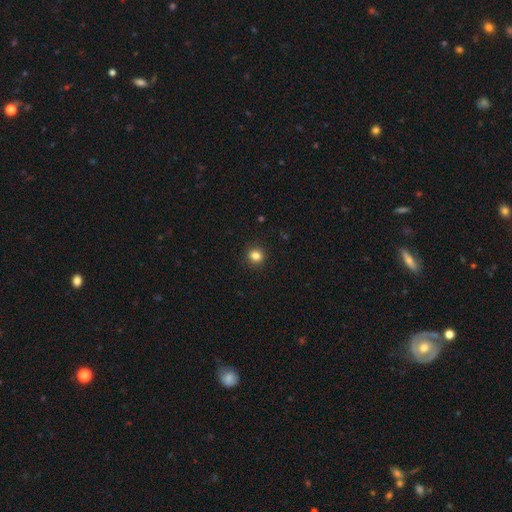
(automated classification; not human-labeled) Smooth or featured? Predicted: smooth (p=0.84). How rounded? Predicted: round (p=0.85). Merging? Predicted: none (p=0.91).